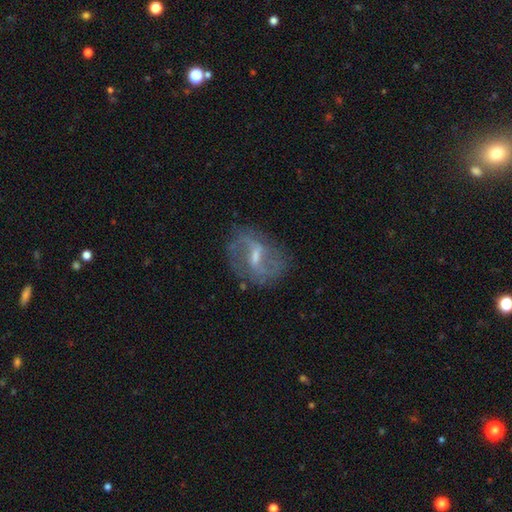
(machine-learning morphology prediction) featured or disk 76%, smooth 16%, star or artifact 8%. Down the decision tree: edge-on disk — no (95%); bar — weak (56%); spiral arms — yes (82%); spiral arm count — 2 (78%); spiral winding — loose (50%); bulge size — small (47%); merging — none (70%).